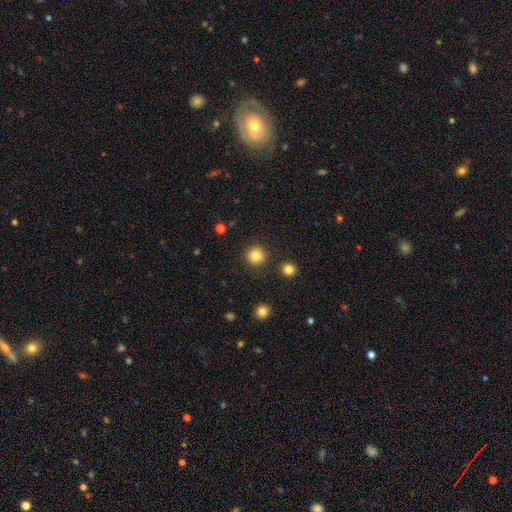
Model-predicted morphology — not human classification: A smooth galaxy with no disk features (84%) that is round (94%).

Vote fractions:
- Smooth or featured? smooth: 84% / star or artifact: 11% / featured or disk: 5%
- How rounded? round: 94% / in between: 5% / cigar-shaped: 1%
- Merging? none: 85% / minor disturbance: 8% / merger: 5% / major disturbance: 2%